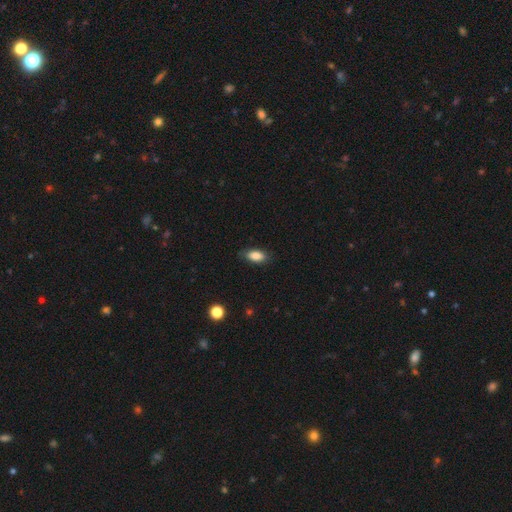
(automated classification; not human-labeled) Smooth or featured? smooth (86%)
How rounded? in between (88%)
Merging? none (82%)